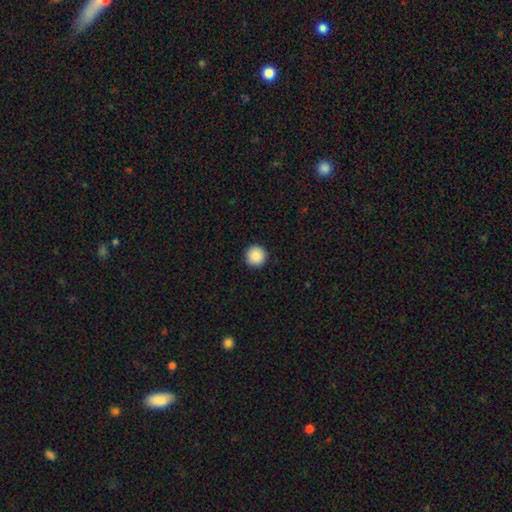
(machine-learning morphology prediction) Smooth or featured: smooth — 88% (star or artifact — 8%)
How rounded: round — 96% (in between — 3%)
Merging: none — 94% (minor disturbance — 4%)